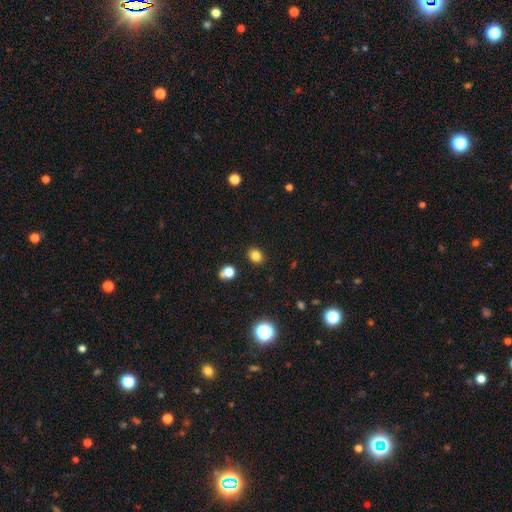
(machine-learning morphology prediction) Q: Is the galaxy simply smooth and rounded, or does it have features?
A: smooth — 82%.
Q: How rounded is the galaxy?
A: round — 63%.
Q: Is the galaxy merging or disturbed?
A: none — 88%.